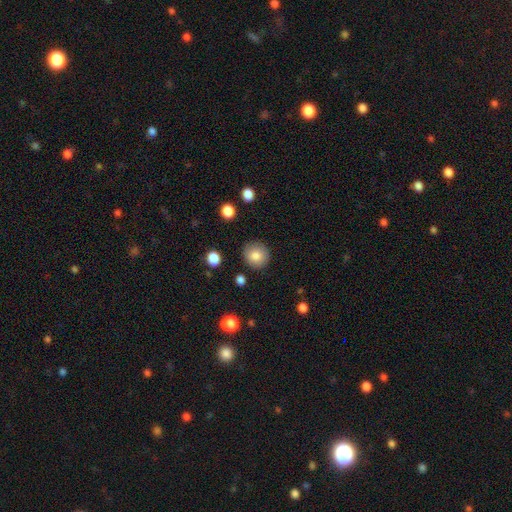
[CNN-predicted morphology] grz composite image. It shows a smooth galaxy with no disk features (84%) that is round (92%). Merging: none (87%).